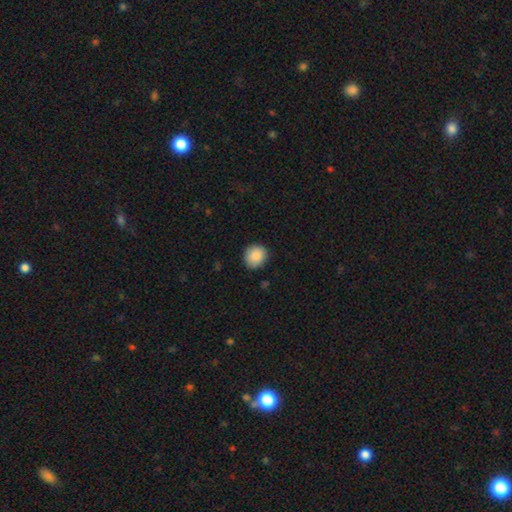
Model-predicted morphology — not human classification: smooth-or-featured: smooth: 88% | star or artifact: 7% | featured or disk: 4%
  how-rounded: round: 85% | in between: 14% | cigar-shaped: 1%
  merging: none: 87% | minor disturbance: 10% | major disturbance: 2% | merger: 1%